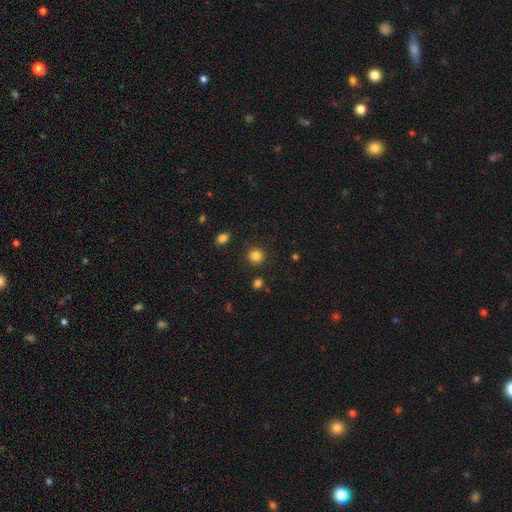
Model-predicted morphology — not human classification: This is clearly a smooth galaxy (83%). How rounded: clearly round (93%). Merging: clearly none (89%).